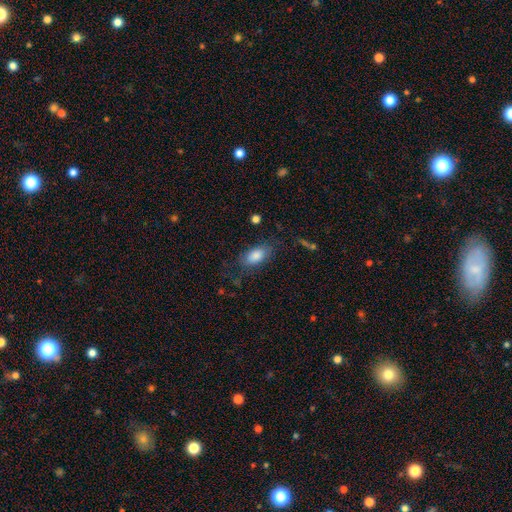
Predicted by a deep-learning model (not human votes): This is clearly a smooth galaxy (81%). How rounded: clearly in between (90%). Merging: likely none (71%).